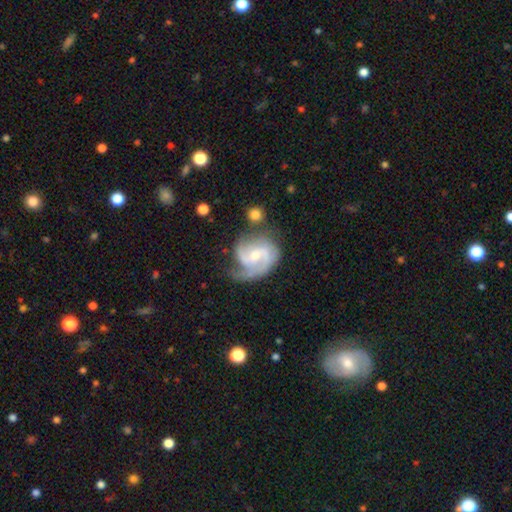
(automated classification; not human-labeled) smooth_or_featured: featured or disk (p=0.87) [alt: smooth p=0.08]
disk_edge_on: no (p=0.98) [alt: yes p=0.02]
bar: weak (p=0.51) [alt: no p=0.38]
has_spiral_arms: yes (p=0.97) [alt: no p=0.03]
spiral_winding: medium (p=0.50) [alt: tight p=0.32]
spiral_arm_count: 2 (p=0.61) [alt: 3 p=0.17]
bulge_size: moderate (p=0.49) [alt: small p=0.45]
merging: none (p=0.52) [alt: minor disturbance p=0.25]